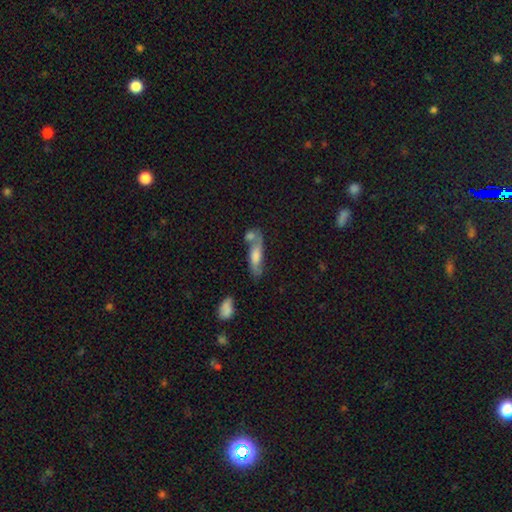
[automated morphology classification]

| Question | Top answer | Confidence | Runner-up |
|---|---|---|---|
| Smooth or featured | featured or disk | 46% | smooth (44%) |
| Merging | none | 55% | merger (21%) |